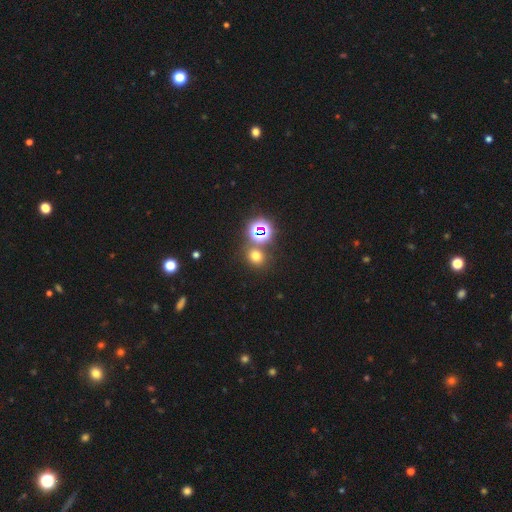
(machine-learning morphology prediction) smooth 61%, star or artifact 31%, featured or disk 8%. Down the decision tree: how rounded — round (76%); merging — none (74%).